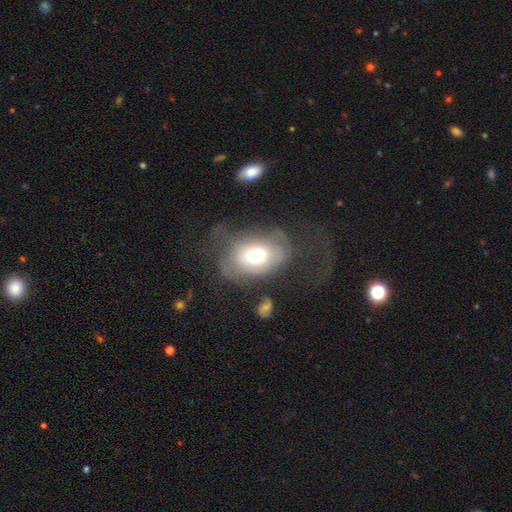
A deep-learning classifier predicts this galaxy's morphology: Smooth or featured?
  - smooth: 58% *
  - featured or disk: 30%
  - star or artifact: 12%
How rounded?
  - in between: 61% *
  - round: 37%
  - cigar-shaped: 1%
Merging?
  - major disturbance: 38% *
  - none: 36%
  - minor disturbance: 23%
  - merger: 4%